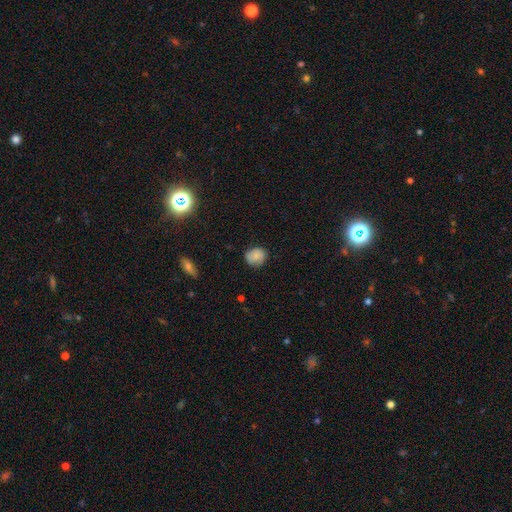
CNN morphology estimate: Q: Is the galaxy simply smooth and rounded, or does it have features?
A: smooth — 79%.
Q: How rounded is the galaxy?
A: round — 71%.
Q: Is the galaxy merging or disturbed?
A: none — 72%.